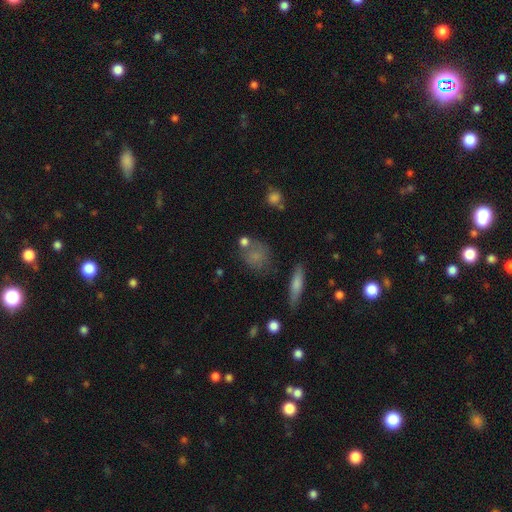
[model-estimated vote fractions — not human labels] A smooth galaxy with no disk features (70%) that is round (60%).

Vote fractions:
- Smooth or featured? smooth: 70% / featured or disk: 17% / star or artifact: 13%
- How rounded? round: 60% / in between: 36% / cigar-shaped: 4%
- Merging? none: 60% / minor disturbance: 19% / merger: 13% / major disturbance: 8%